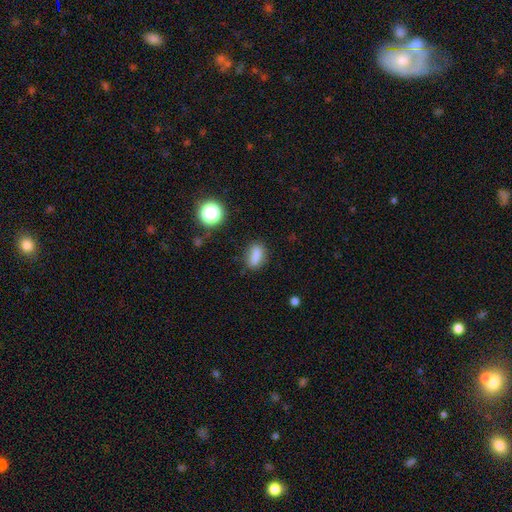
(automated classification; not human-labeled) This appears to be a smooth galaxy with no disk features (80%) that is in between round and cigar-shaped (71%). Merging: none (71%).